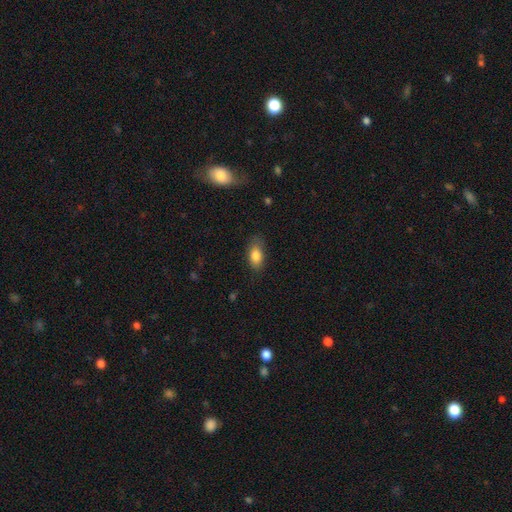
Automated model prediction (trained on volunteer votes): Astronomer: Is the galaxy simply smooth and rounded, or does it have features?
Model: smooth — 83%.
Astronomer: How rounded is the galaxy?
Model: in between — 88%.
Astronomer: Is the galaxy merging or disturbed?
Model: none — 78%.